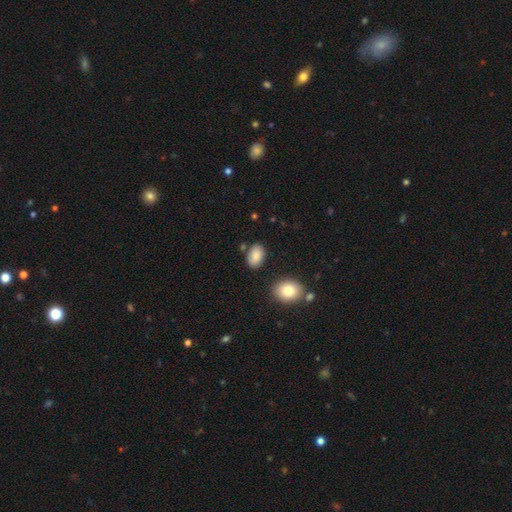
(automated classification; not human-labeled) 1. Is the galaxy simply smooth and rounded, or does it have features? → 86% smooth, 7% star or artifact, 6% featured or disk.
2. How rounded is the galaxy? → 90% in between, 9% round, 1% cigar-shaped.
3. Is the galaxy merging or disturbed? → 80% none, 12% minor disturbance, 4% merger, 3% major disturbance.